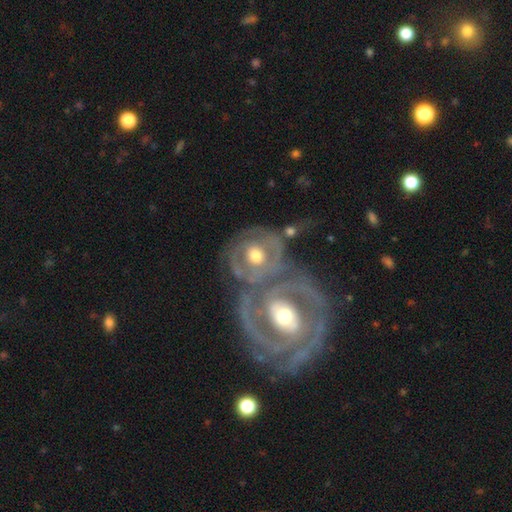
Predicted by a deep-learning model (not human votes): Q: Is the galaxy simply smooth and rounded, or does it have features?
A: featured or disk — 76%.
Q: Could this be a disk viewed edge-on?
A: no — 97%.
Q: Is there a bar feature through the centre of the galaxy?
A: no — 67%.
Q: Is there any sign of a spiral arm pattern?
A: yes — 76%.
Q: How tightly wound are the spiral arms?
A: tight — 58%.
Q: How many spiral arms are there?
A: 2 — 47%.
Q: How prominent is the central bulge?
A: moderate — 74%.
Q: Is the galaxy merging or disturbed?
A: merger — 63%.